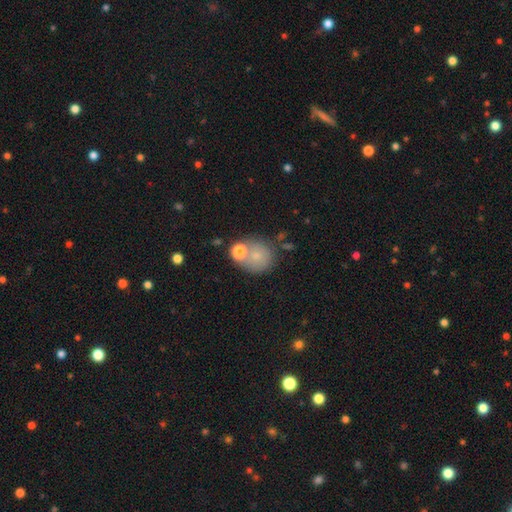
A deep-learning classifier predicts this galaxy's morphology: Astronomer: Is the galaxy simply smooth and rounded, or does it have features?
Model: smooth — 72%.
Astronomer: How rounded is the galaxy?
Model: round — 82%.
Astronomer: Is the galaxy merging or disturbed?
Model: none — 56%.